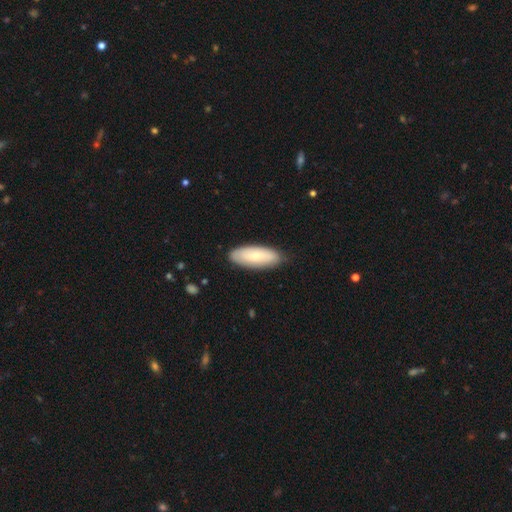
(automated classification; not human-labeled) Smooth or featured?
  - smooth: 71% *
  - featured or disk: 23%
  - star or artifact: 5%
How rounded?
  - in between: 79% *
  - cigar-shaped: 19%
  - round: 2%
Merging?
  - none: 83% *
  - minor disturbance: 13%
  - major disturbance: 2%
  - merger: 1%